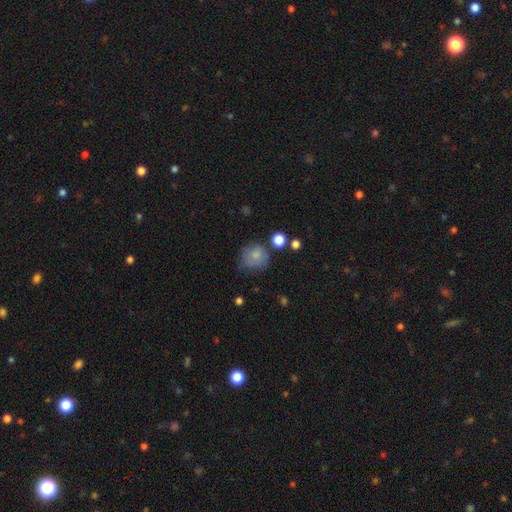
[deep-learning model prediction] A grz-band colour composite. It shows a smooth galaxy with no disk features (78%) that is round (84%). Merging: none (56%).